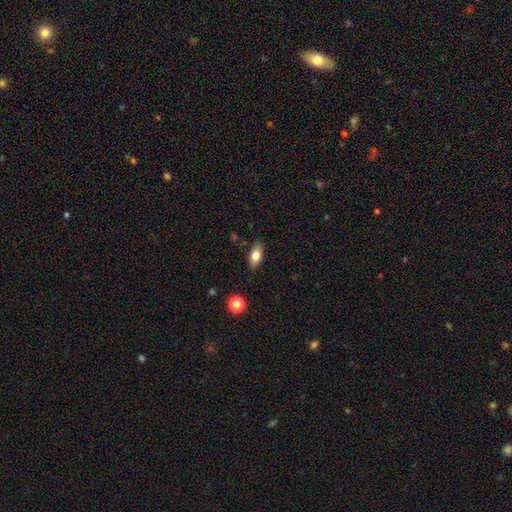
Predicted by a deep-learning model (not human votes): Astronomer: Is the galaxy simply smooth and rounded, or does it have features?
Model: smooth — 78%.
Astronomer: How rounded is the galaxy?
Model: in between — 86%.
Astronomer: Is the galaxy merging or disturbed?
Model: none — 85%.